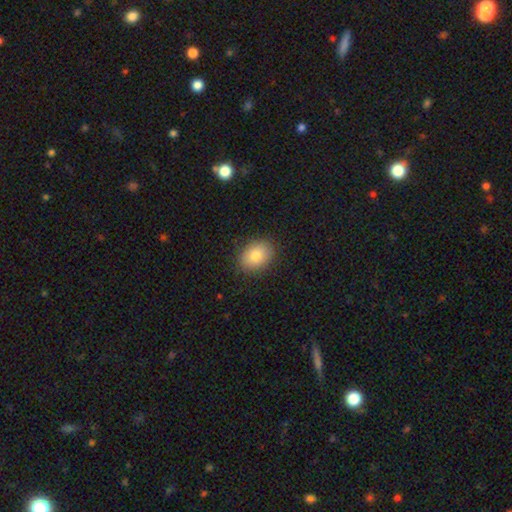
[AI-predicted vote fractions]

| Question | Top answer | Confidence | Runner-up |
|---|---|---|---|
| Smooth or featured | smooth | 81% | featured or disk (11%) |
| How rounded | in between | 64% | round (35%) |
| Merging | none | 86% | minor disturbance (10%) |